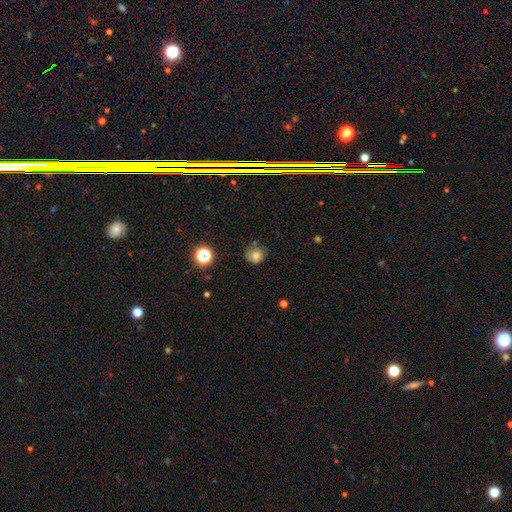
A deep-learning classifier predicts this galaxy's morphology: Smooth or featured? Predicted: smooth (p=0.70). How rounded? Predicted: round (p=0.87). Merging? Predicted: none (p=0.70).